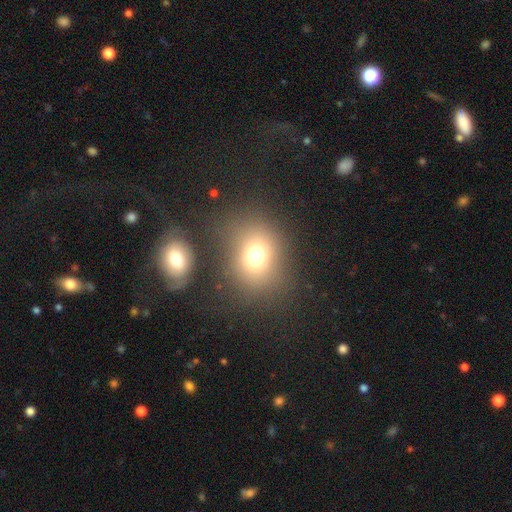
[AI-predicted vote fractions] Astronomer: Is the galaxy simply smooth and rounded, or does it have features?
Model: smooth — 71%.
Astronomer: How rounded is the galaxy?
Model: round — 56% (runner-up: in between, 43%).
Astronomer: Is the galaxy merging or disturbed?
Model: none — 71%.